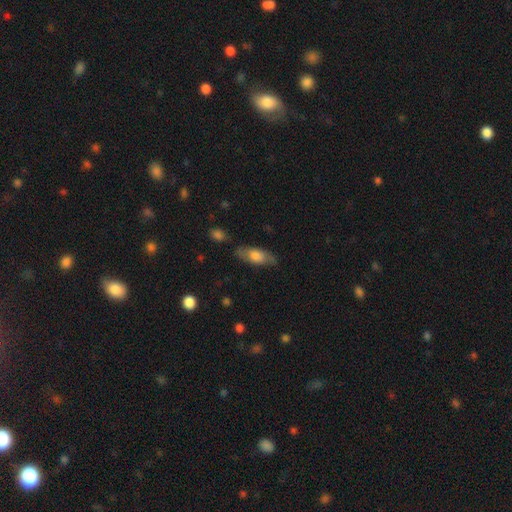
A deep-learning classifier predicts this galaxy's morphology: smooth_or_featured: smooth (p=0.63) [alt: featured or disk p=0.30]
how_rounded: in between (p=0.73) [alt: cigar-shaped p=0.24]
merging: none (p=0.72) [alt: minor disturbance p=0.19]